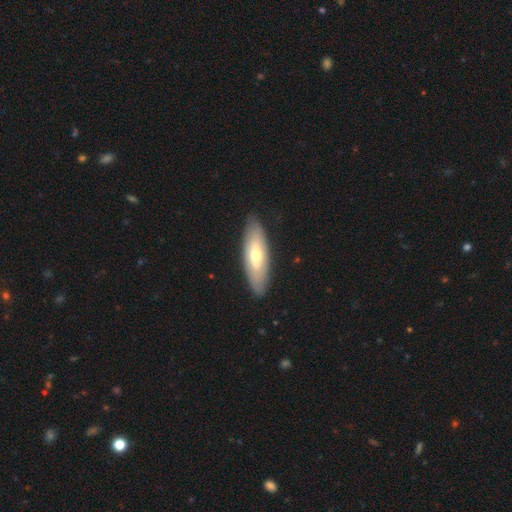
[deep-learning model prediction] This appears to be a smooth galaxy with no disk features (50%) that is in between round and cigar-shaped (57%). Merging: none (87%).